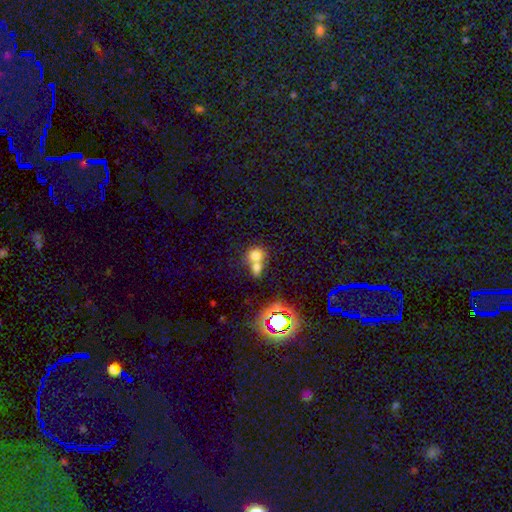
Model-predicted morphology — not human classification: Smooth or featured?
  - smooth: 71% *
  - star or artifact: 15%
  - featured or disk: 14%
How rounded?
  - round: 65% *
  - in between: 34%
  - cigar-shaped: 1%
Merging?
  - merger: 65% *
  - none: 26%
  - minor disturbance: 6%
  - major disturbance: 3%